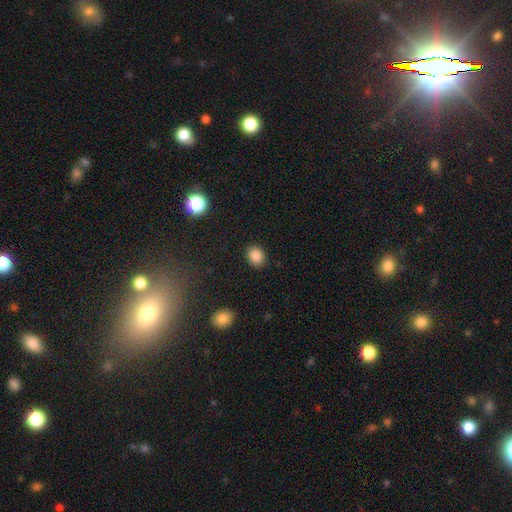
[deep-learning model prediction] Smooth or featured: smooth — 87% (star or artifact — 10%)
How rounded: round — 51% (in between — 48%)
Merging: none — 89% (minor disturbance — 8%)